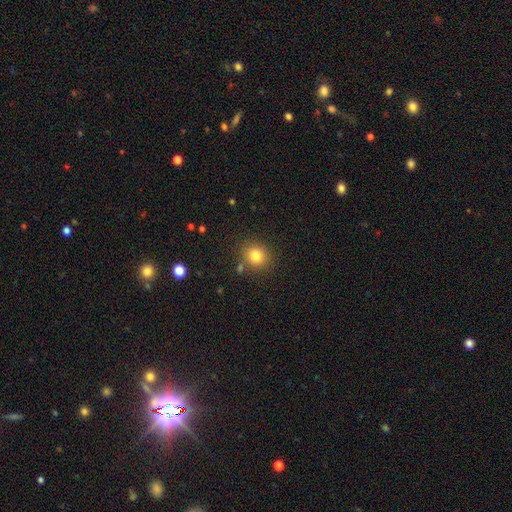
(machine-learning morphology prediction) smooth 81%, star or artifact 12%, featured or disk 7%. Down the decision tree: how rounded — round (79%); merging — none (82%).